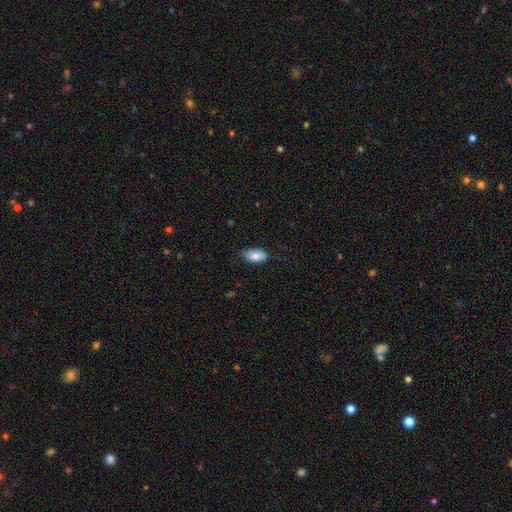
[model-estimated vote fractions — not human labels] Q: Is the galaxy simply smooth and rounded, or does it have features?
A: smooth — 84%.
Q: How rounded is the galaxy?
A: in between — 94%.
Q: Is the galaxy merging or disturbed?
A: none — 71%.